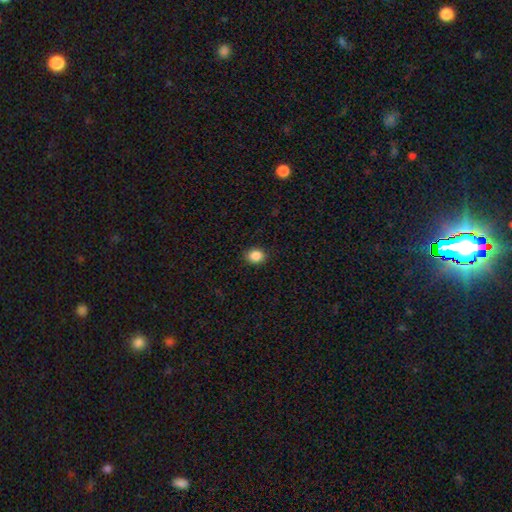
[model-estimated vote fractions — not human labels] Smooth or featured? Predicted: smooth (p=0.87). How rounded? Predicted: round (p=0.55). Merging? Predicted: none (p=0.89).